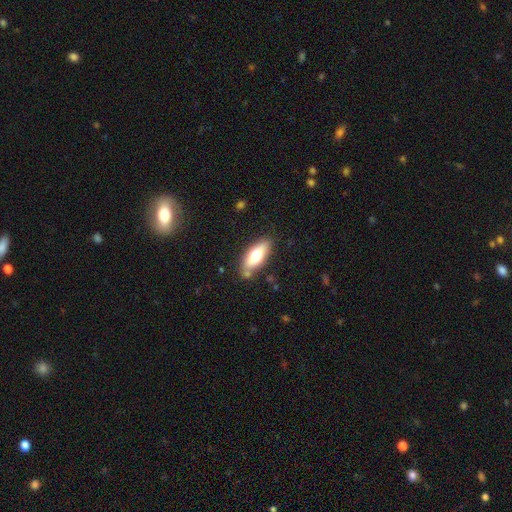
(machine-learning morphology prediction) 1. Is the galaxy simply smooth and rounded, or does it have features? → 68% smooth, 25% featured or disk, 6% star or artifact.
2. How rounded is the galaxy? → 71% in between, 27% cigar-shaped, 2% round.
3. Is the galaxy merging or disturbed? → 78% none, 15% minor disturbance, 4% merger, 3% major disturbance.